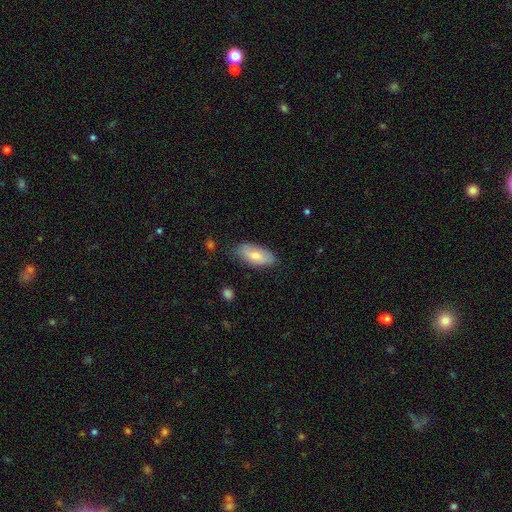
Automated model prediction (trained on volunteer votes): Morphology: type=smooth (72%); roundness=in between (90%); merging=none (75%).